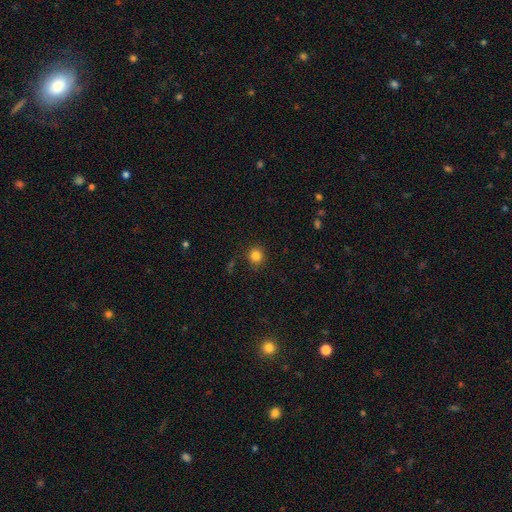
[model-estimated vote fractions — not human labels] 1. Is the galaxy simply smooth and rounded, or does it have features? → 84% smooth, 12% star or artifact, 5% featured or disk.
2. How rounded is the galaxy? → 90% round, 9% in between, 1% cigar-shaped.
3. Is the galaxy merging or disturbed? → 87% none, 9% minor disturbance, 3% major disturbance, 2% merger.